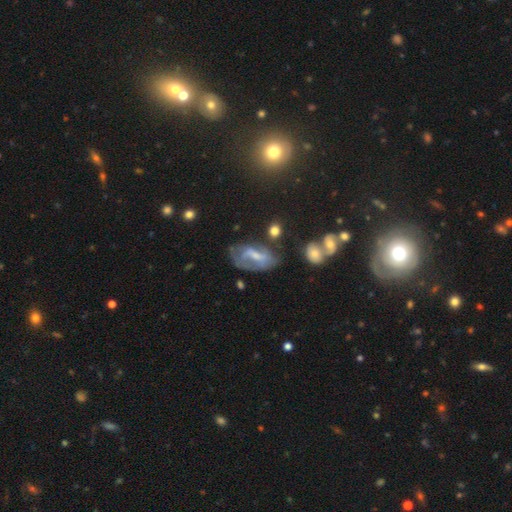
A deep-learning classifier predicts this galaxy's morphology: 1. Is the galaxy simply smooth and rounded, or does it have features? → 58% featured or disk, 32% smooth, 11% star or artifact.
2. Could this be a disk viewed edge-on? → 93% no, 7% yes.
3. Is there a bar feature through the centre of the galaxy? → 45% weak, 32% no, 23% strong.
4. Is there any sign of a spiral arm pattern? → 59% yes, 41% no.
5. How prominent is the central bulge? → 41% small, 36% moderate, 17% none, 4% large, 1% dominant.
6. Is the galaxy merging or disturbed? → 43% none, 26% minor disturbance, 25% major disturbance, 6% merger.